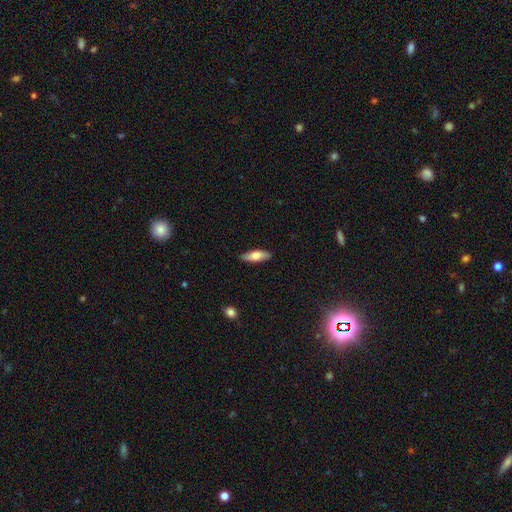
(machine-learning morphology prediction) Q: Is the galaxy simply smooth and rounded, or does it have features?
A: smooth — 70%.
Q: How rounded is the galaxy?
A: in between — 60%.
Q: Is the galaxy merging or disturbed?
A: none — 87%.